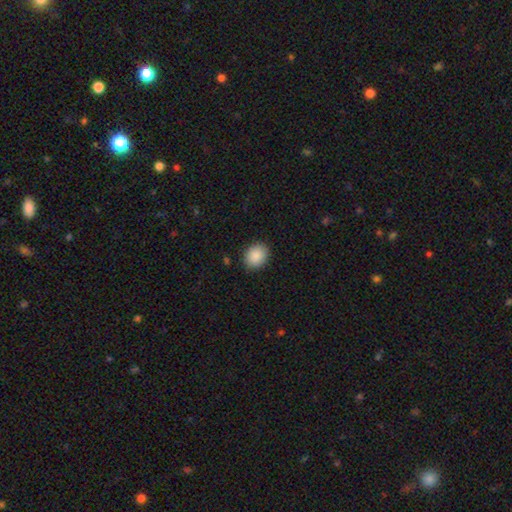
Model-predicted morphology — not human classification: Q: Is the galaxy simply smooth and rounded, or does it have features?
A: smooth — 89%.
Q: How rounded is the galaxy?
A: round — 59%.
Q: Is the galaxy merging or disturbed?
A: none — 88%.